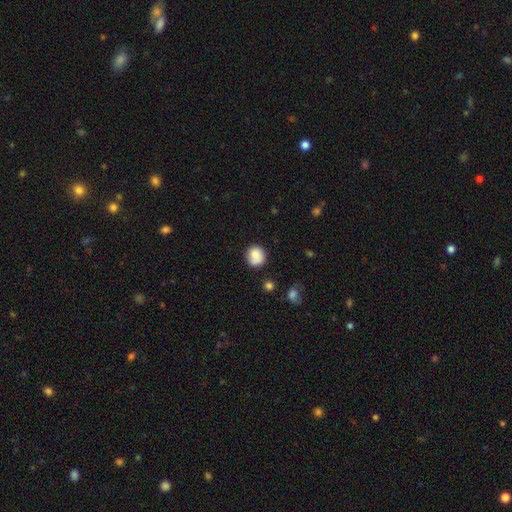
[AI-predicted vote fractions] A smooth galaxy with no disk features (83%) that is round (86%).

Vote fractions:
- Smooth or featured? smooth: 83% / star or artifact: 9% / featured or disk: 8%
- How rounded? round: 86% / in between: 13% / cigar-shaped: 1%
- Merging? none: 74% / minor disturbance: 18% / major disturbance: 4% / merger: 4%